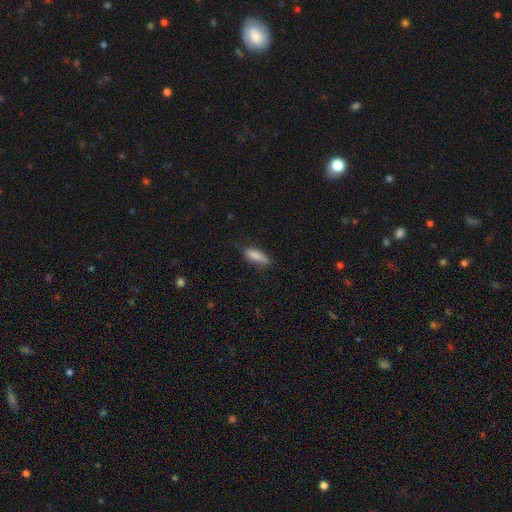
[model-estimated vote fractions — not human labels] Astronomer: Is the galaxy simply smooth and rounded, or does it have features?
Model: smooth — 86%.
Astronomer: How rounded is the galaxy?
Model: in between — 53% (runner-up: cigar-shaped, 45%).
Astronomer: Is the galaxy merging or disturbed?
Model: none — 76%.